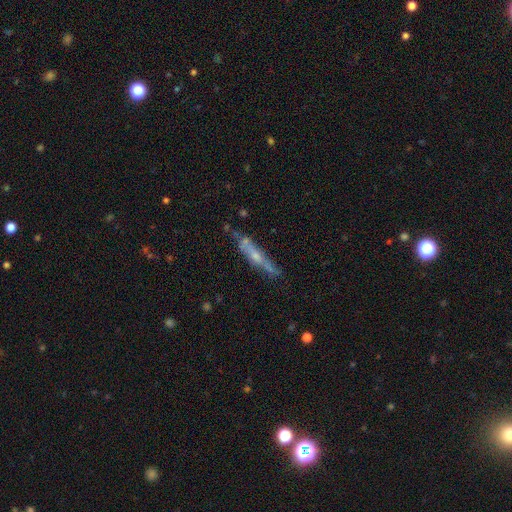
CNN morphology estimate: Smooth or featured? Predicted: featured or disk (p=0.60). Edge-on disk? Predicted: yes (p=0.79). Merging? Predicted: none (p=0.61).